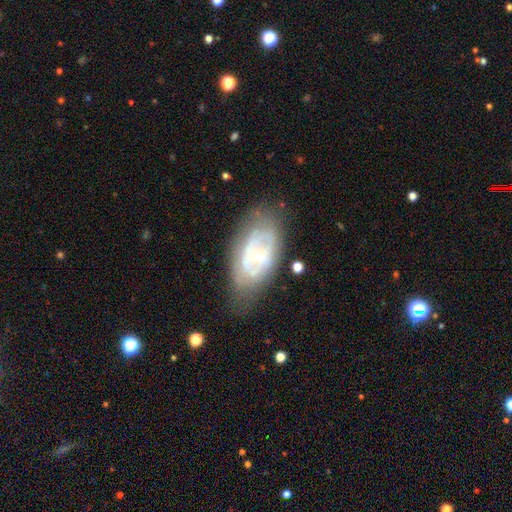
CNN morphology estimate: Smooth or featured?
  - featured or disk: 71% *
  - smooth: 22%
  - star or artifact: 7%
Edge-on disk?
  - no: 93% *
  - yes: 7%
Bar?
  - no: 53% *
  - weak: 35%
  - strong: 12%
Spiral arms?
  - yes: 51% *
  - no: 49%
Bulge size?
  - small: 55% *
  - moderate: 40%
  - large: 2%
  - none: 2%
  - dominant: 1%
Merging?
  - none: 61% *
  - minor disturbance: 25%
  - major disturbance: 11%
  - merger: 3%